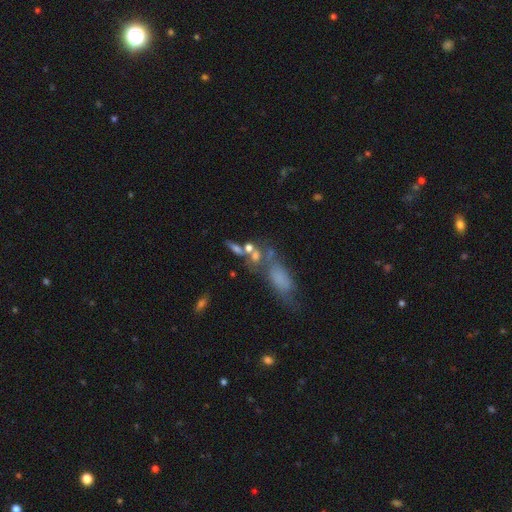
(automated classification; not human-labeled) This appears to be a smooth galaxy with no disk features (48%). Merging: none (41%).